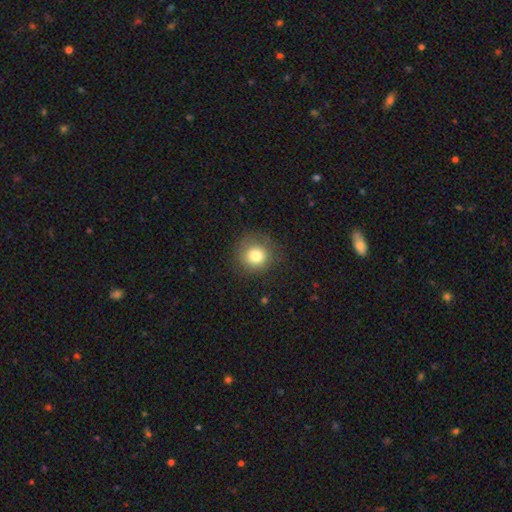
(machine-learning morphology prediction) Smooth or featured?
  - smooth: 80% *
  - star or artifact: 11%
  - featured or disk: 9%
How rounded?
  - round: 92% *
  - in between: 7%
  - cigar-shaped: 1%
Merging?
  - none: 83% *
  - minor disturbance: 11%
  - major disturbance: 5%
  - merger: 1%